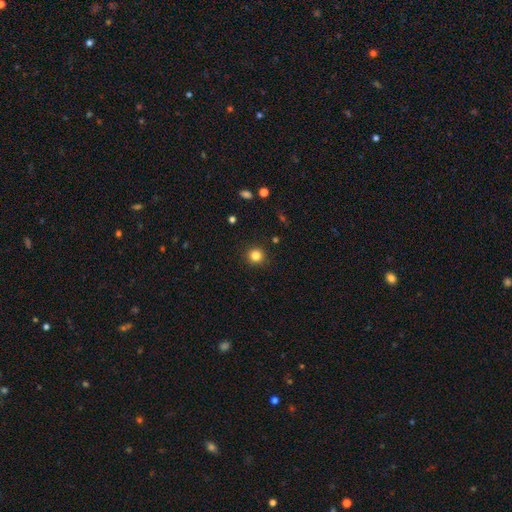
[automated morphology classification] This is clearly a smooth galaxy (83%). How rounded: clearly round (94%). Merging: clearly none (92%).